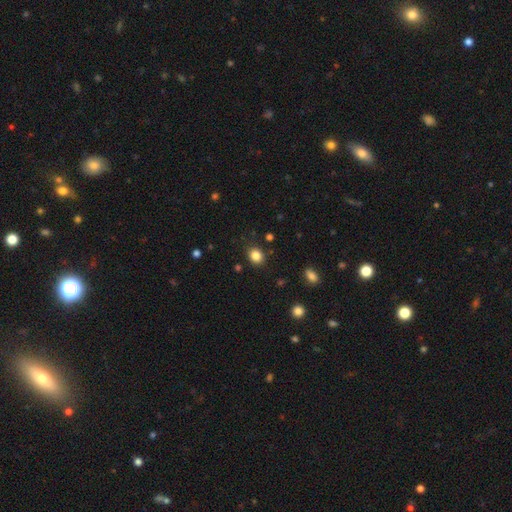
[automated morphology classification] Smooth or featured: smooth — 84% (star or artifact — 11%)
How rounded: round — 60% (in between — 39%)
Merging: none — 86% (minor disturbance — 9%)